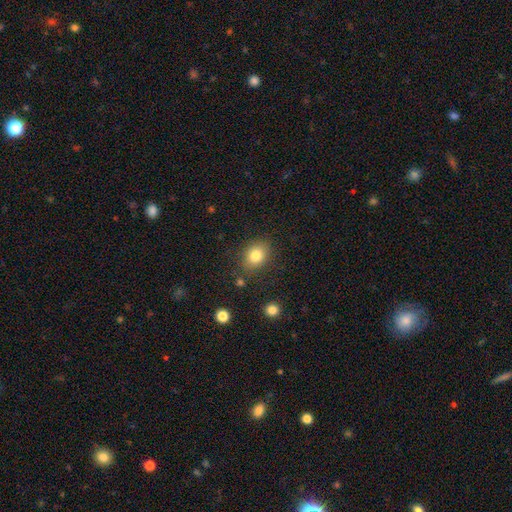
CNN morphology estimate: Q: Smooth or featured?
A: smooth (81%); runner-up: star or artifact (10%)
Q: How rounded?
A: in between (54%); runner-up: round (45%)
Q: Merging?
A: none (82%); runner-up: minor disturbance (12%)